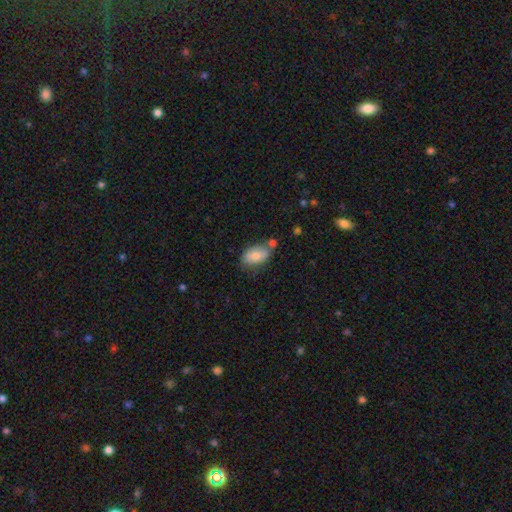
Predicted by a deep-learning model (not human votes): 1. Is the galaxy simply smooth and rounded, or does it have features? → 74% smooth, 19% featured or disk, 7% star or artifact.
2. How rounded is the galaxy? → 92% in between, 6% round, 2% cigar-shaped.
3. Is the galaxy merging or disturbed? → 58% none, 21% minor disturbance, 15% merger, 6% major disturbance.